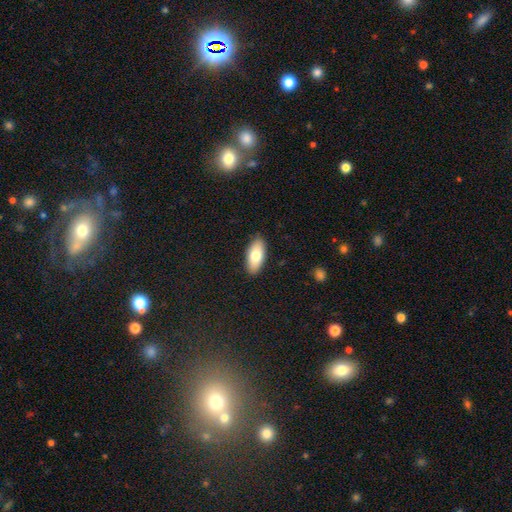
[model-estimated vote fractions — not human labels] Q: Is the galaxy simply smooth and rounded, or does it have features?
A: smooth — 77%.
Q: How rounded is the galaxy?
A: in between — 89%.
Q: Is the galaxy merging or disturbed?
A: none — 88%.